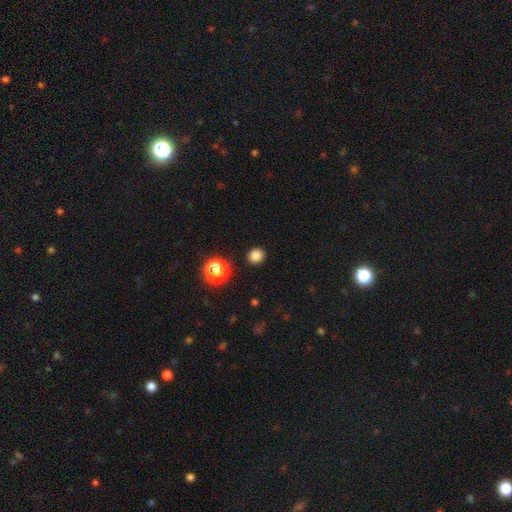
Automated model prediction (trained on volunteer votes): Smooth or featured: smooth — 81% (star or artifact — 15%)
How rounded: round — 83% (in between — 16%)
Merging: none — 91% (minor disturbance — 6%)